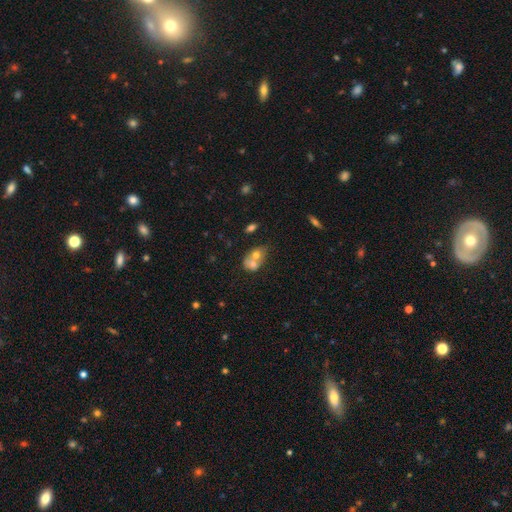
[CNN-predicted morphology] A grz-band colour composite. It shows a smooth galaxy with no disk features (62%) that is in between round and cigar-shaped (55%). Merging: merger (70%).